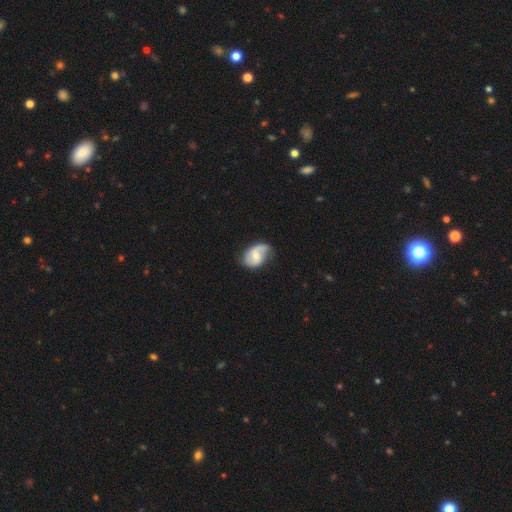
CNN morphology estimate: smooth-or-featured: featured or disk: 67% | smooth: 27% | star or artifact: 6%
  disk-edge-on: no: 97% | yes: 3%
    bar: no: 48% | weak: 43% | strong: 10%
    has-spiral-arms: yes: 90% | no: 10%
      spiral-winding: loose: 43% | medium: 39% | tight: 18%
      spiral-arm-count: 2: 74% | 1: 16% | can't tell: 8% | 3: 1% | 4: 1% | more than 4: 1%
    bulge-size: moderate: 55% | small: 39% | large: 3% | none: 2% | dominant: 1%
  merging: none: 60% | minor disturbance: 29% | major disturbance: 9% | merger: 2%